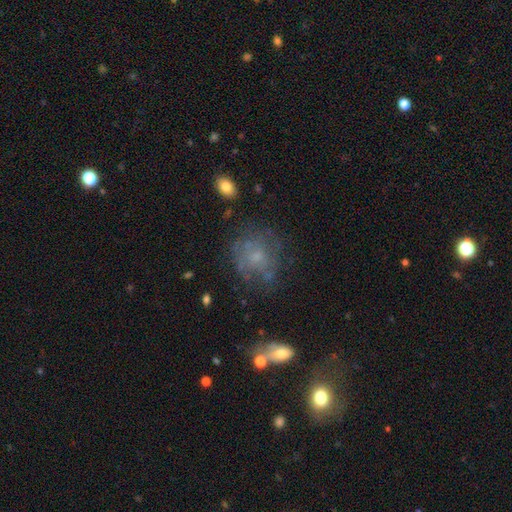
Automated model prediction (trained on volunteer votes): Smooth or featured: featured or disk — 44% (smooth — 40%)
Merging: none — 60% (minor disturbance — 21%)